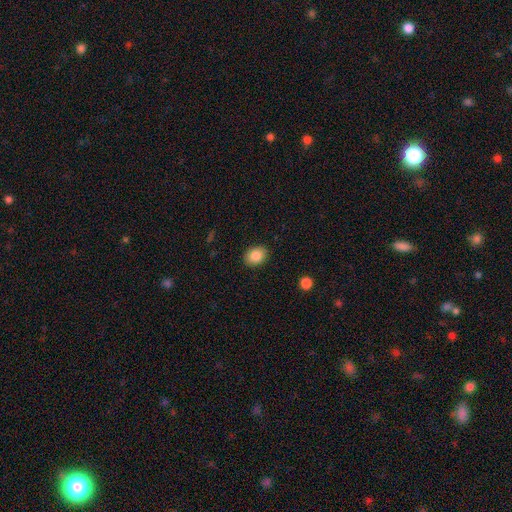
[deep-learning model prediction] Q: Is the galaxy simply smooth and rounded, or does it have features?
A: smooth — 86%.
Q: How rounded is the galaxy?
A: in between — 63%.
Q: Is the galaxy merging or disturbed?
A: none — 89%.